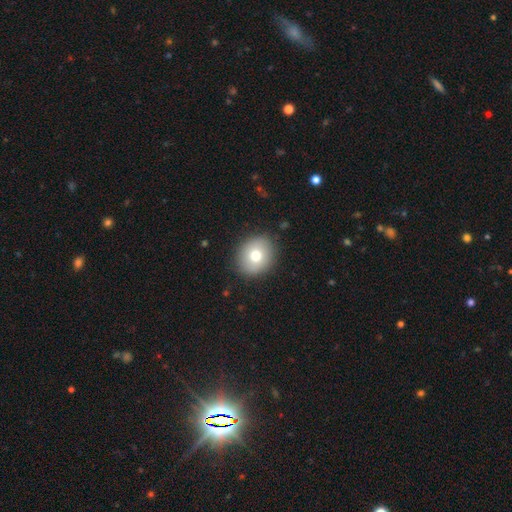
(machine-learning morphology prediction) Smooth or featured: smooth — 74% (featured or disk — 16%)
How rounded: round — 68% (in between — 31%)
Merging: none — 88% (minor disturbance — 8%)